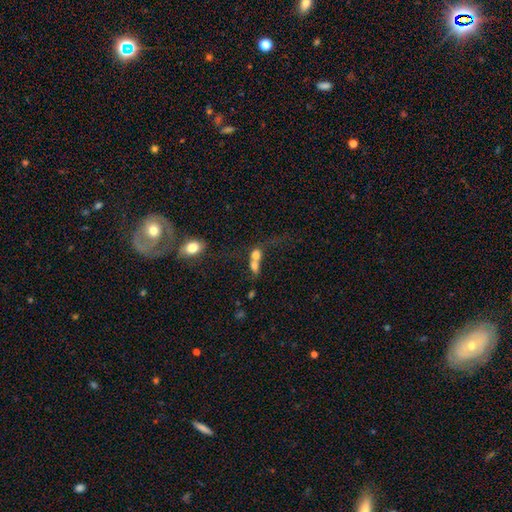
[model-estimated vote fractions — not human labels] smooth-or-featured: smooth: 70% | featured or disk: 18% | star or artifact: 12%
  how-rounded: in between: 53% | round: 40% | cigar-shaped: 7%
  merging: merger: 71% | none: 14% | major disturbance: 9% | minor disturbance: 6%